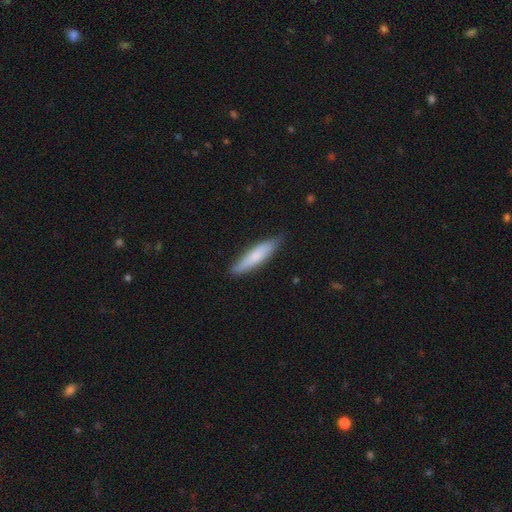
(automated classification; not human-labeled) smooth 74%, featured or disk 20%, star or artifact 6%. Down the decision tree: how rounded — cigar-shaped (81%); merging — none (83%).